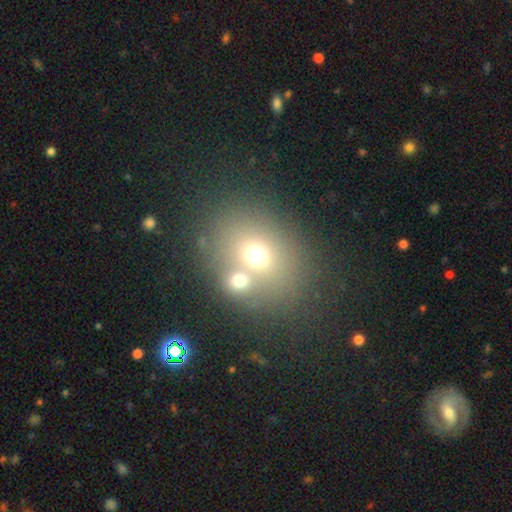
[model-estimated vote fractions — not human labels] Overall: smooth (65%). How rounded: round (56%; in between 43%). Merging: none (44%; merger 42%).